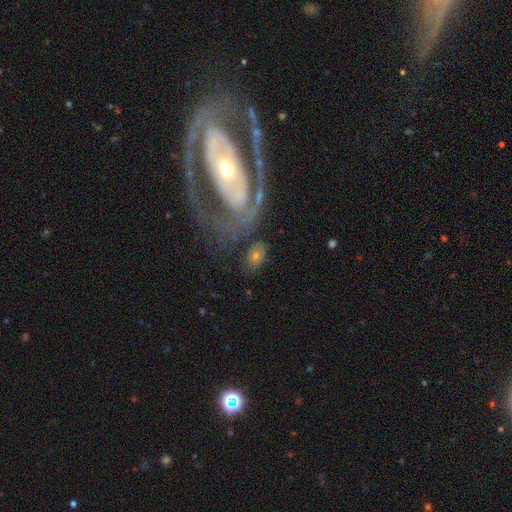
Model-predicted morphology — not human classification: This is possibly a smooth galaxy (50%). How rounded: clearly in between (82%). Merging: likely none (62%).